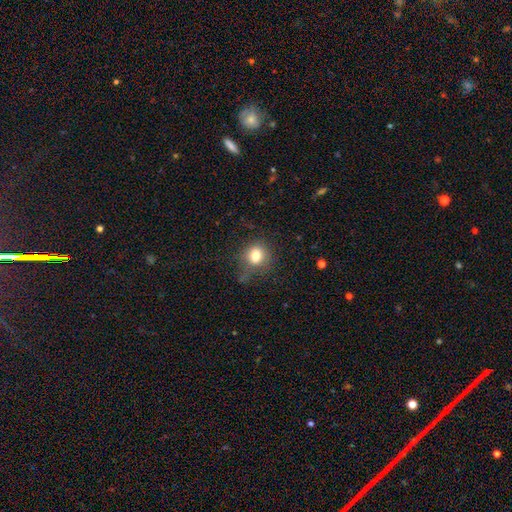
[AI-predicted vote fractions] A smooth galaxy with no disk features (79%) that is round (73%).

Vote fractions:
- Smooth or featured? smooth: 79% / star or artifact: 11% / featured or disk: 9%
- How rounded? round: 73% / in between: 26% / cigar-shaped: 1%
- Merging? none: 60% / minor disturbance: 25% / major disturbance: 12% / merger: 3%